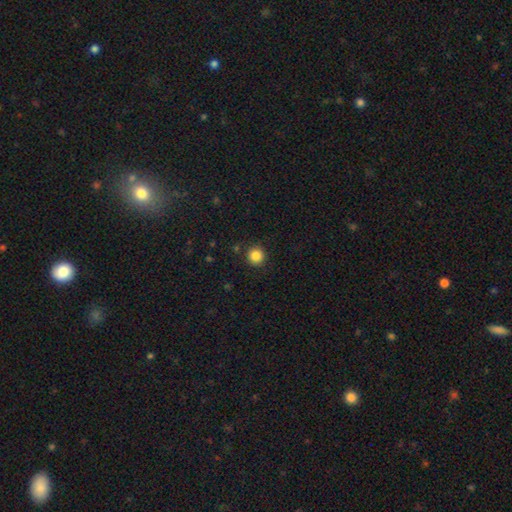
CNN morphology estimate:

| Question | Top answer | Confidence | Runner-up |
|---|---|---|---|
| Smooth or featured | smooth | 85% | star or artifact (11%) |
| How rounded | round | 95% | in between (4%) |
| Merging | none | 91% | minor disturbance (5%) |